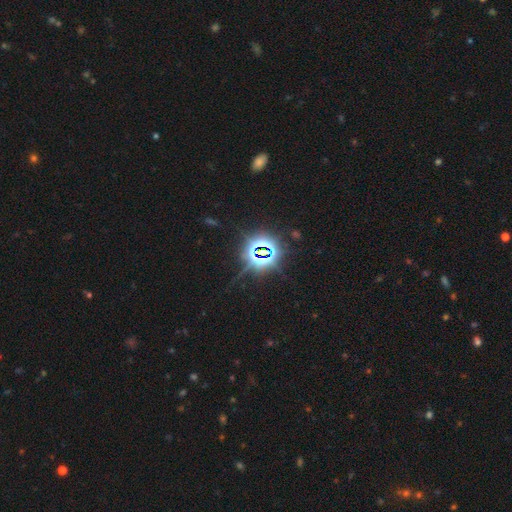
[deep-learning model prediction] A star or artifact, not a galaxy (83%).

Vote fractions:
- Smooth or featured? star or artifact: 83% / smooth: 9% / featured or disk: 8%